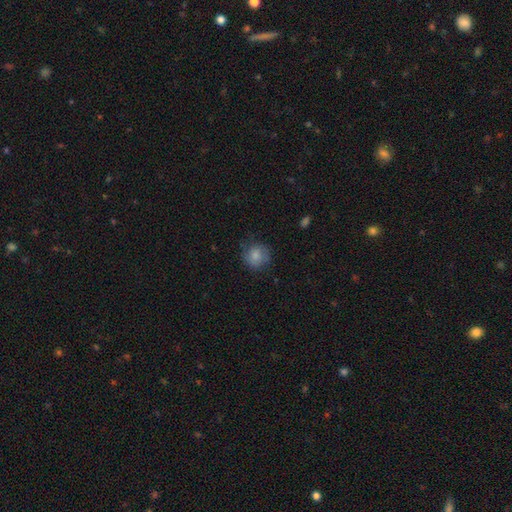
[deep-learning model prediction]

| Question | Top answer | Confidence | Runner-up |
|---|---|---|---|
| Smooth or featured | smooth | 80% | featured or disk (12%) |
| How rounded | round | 86% | in between (13%) |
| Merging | none | 73% | minor disturbance (20%) |